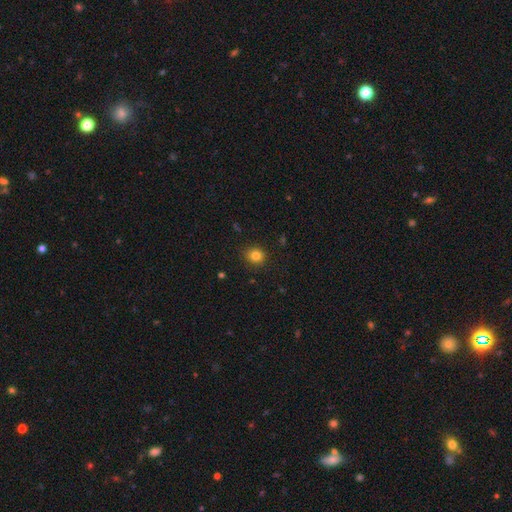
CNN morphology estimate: A smooth galaxy with no disk features (82%) that is round (81%). Merging: none (88%).